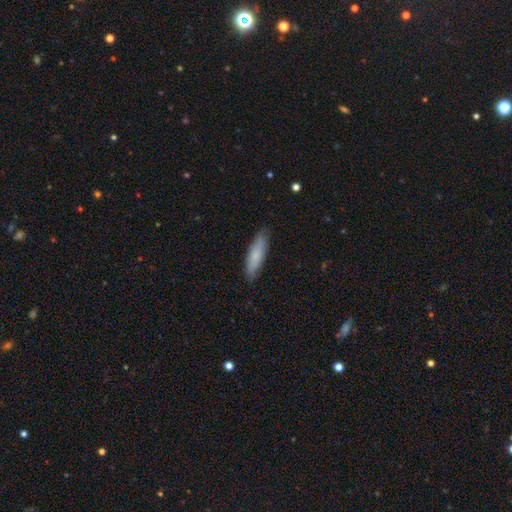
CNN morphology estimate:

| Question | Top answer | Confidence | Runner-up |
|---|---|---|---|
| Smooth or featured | smooth | 75% | featured or disk (20%) |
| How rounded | cigar-shaped | 70% | in between (28%) |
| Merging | none | 85% | minor disturbance (12%) |